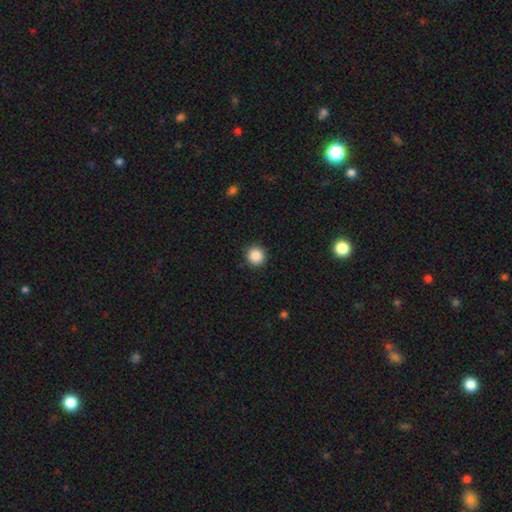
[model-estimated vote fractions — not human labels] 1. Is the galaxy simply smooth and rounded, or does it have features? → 87% smooth, 10% star or artifact, 4% featured or disk.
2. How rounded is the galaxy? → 94% round, 6% in between, 1% cigar-shaped.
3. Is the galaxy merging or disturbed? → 92% none, 5% minor disturbance, 2% major disturbance, 1% merger.